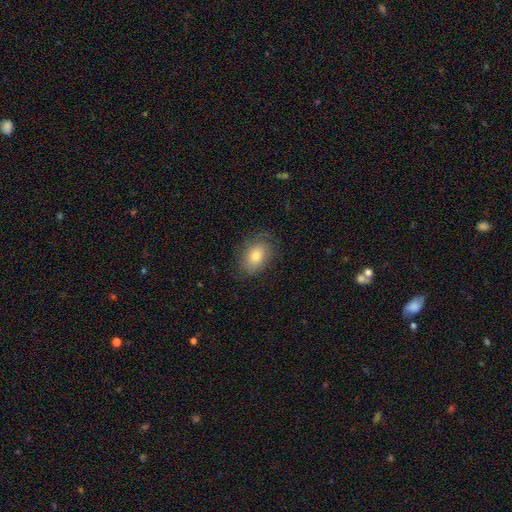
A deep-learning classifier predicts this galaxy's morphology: Overall: smooth (74%). How rounded: in between (78%). Merging: none (76%).